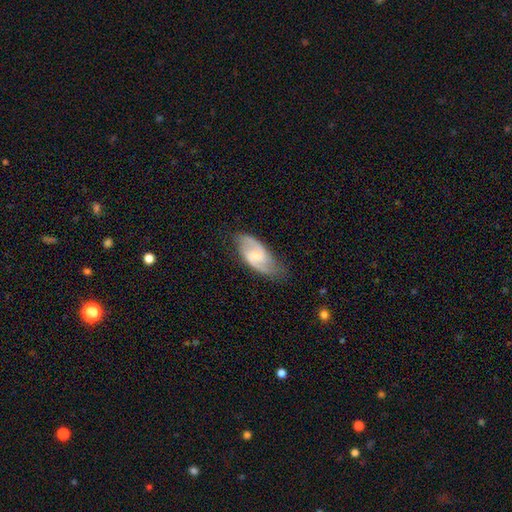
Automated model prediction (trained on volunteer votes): This is clearly a featured or disk galaxy (81%). It is clearly not viewed edge-on (96%). Bar: possibly weak (48%). Spiral arm pattern: clearly yes (96%). Spiral arm count: clearly 2 (89%). Spiral winding: possibly medium (54%). Central bulge: possibly small (59%). Merging: likely none (76%).